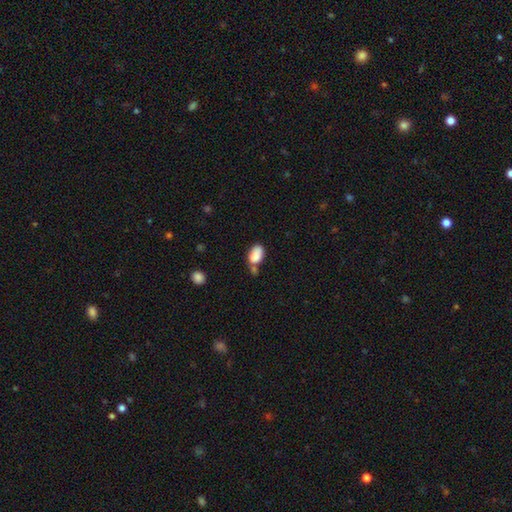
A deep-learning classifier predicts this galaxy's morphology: Smooth or featured?
  - smooth: 85% *
  - star or artifact: 8%
  - featured or disk: 7%
How rounded?
  - in between: 90% *
  - round: 9%
  - cigar-shaped: 1%
Merging?
  - none: 42% *
  - merger: 31%
  - minor disturbance: 20%
  - major disturbance: 7%